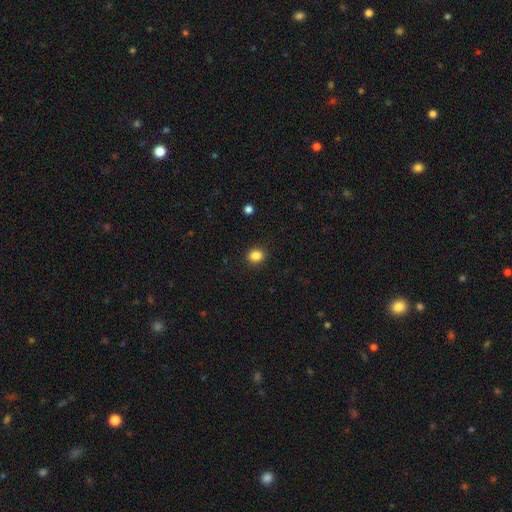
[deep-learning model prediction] Morphology: type=smooth (85%); roundness=round (70%); merging=none (91%).